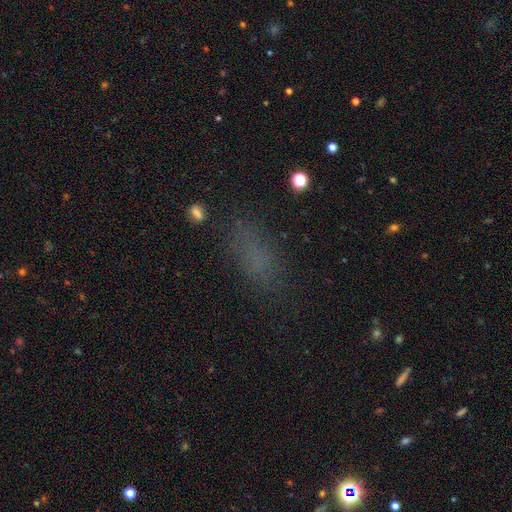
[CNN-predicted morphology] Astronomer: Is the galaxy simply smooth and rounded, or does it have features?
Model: smooth — 68%.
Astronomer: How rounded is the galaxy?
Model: in between — 75%.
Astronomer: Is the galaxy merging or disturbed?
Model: none — 75%.